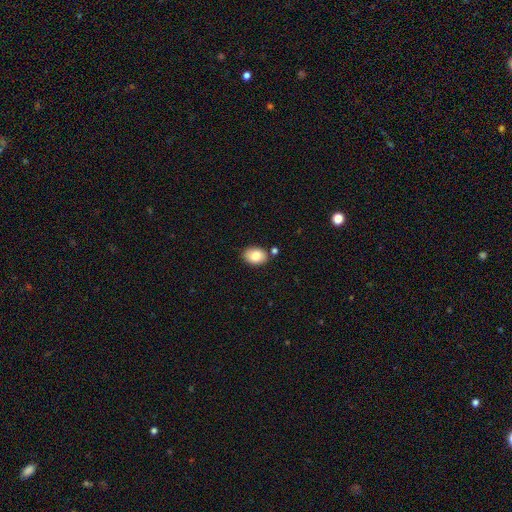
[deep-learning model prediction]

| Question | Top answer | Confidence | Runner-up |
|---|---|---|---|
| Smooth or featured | smooth | 82% | featured or disk (10%) |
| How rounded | in between | 75% | round (24%) |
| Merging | none | 79% | minor disturbance (12%) |